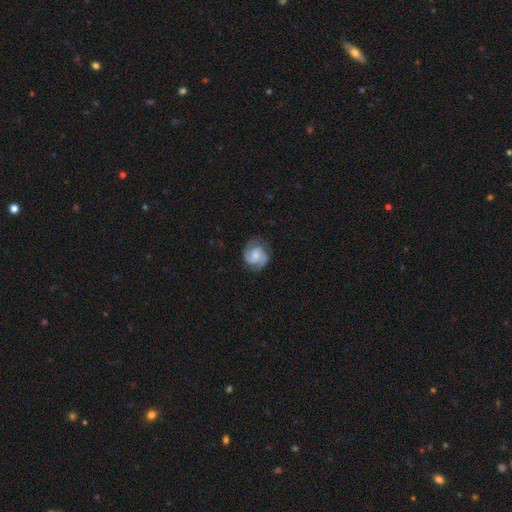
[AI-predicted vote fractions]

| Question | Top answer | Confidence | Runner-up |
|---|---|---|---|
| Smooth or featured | featured or disk | 75% | smooth (19%) |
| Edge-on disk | no | 98% | yes (2%) |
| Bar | no | 56% | weak (37%) |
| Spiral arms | yes | 96% | no (4%) |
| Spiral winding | medium | 46% | tight (42%) |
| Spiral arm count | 2 | 78% | 3 (9%) |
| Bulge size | moderate | 38% | small (37%) |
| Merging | none | 78% | minor disturbance (16%) |